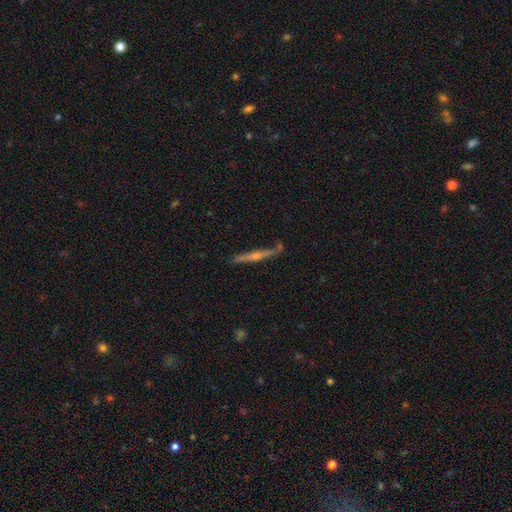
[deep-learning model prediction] Overall: featured or disk (71%). Edge-on disk: yes (96%). Edge-on bulge: rounded (80%). Merging: none (79%).